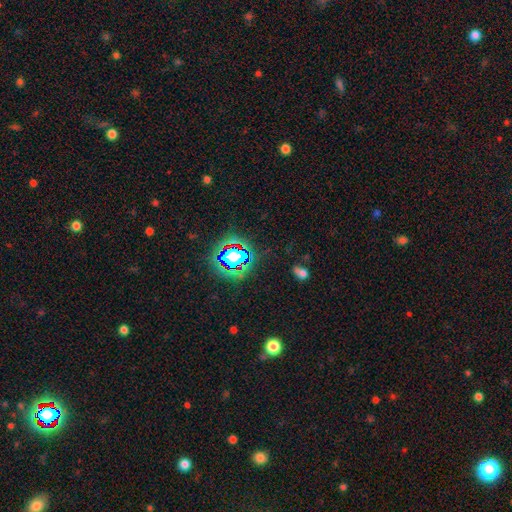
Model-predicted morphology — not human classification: This is clearly a star or artifact rather than a galaxy (80%).